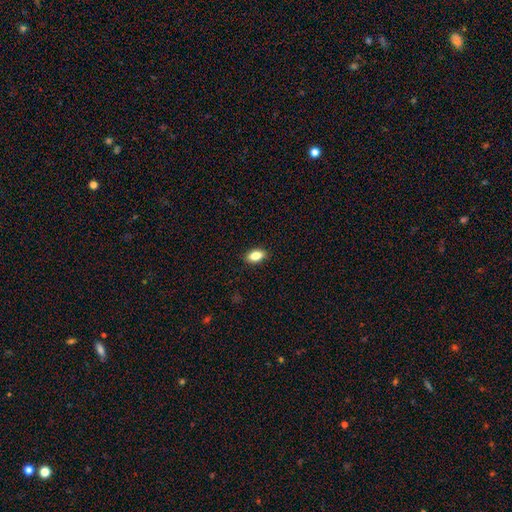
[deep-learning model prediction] Q: Smooth or featured?
A: smooth (84%); runner-up: star or artifact (8%)
Q: How rounded?
A: in between (89%); runner-up: round (8%)
Q: Merging?
A: none (90%); runner-up: minor disturbance (8%)